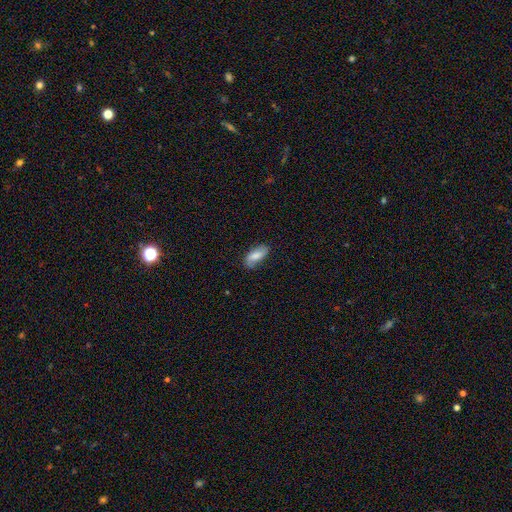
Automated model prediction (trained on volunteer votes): The model was most divided on "merging": none: 69%, minor disturbance: 24%, major disturbance: 5%, merger: 2%. More confident: how rounded — in between (87%); smooth or featured — smooth (72%).